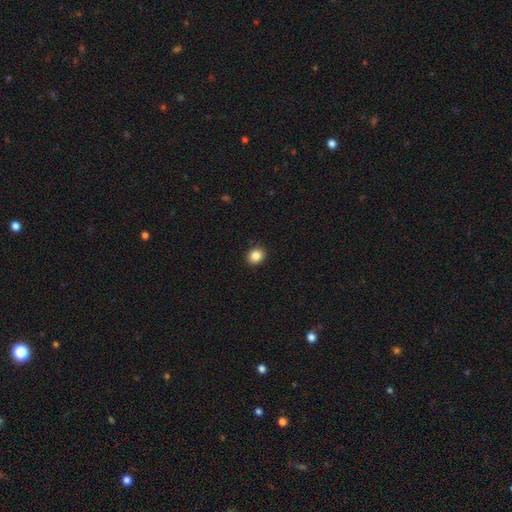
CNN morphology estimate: smooth-or-featured: smooth: 86% | star or artifact: 10% | featured or disk: 4%
  how-rounded: round: 68% | in between: 31% | cigar-shaped: 1%
  merging: none: 91% | minor disturbance: 6% | major disturbance: 2% | merger: 1%